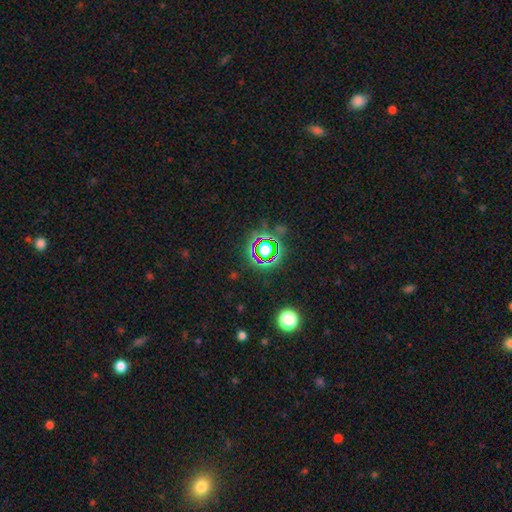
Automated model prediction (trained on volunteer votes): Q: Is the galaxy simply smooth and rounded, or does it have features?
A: star or artifact — 76%.